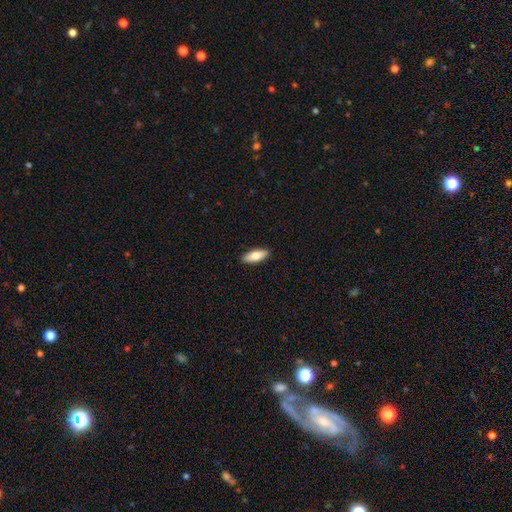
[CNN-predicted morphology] Smooth or featured? smooth (78%)
How rounded? in between (71%)
Merging? none (90%)